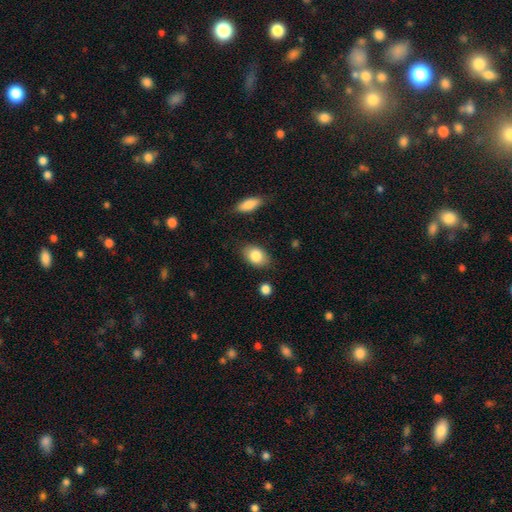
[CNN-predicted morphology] Smooth or featured?
  - smooth: 84% *
  - featured or disk: 9%
  - star or artifact: 7%
How rounded?
  - in between: 85% *
  - round: 14%
  - cigar-shaped: 1%
Merging?
  - none: 82% *
  - minor disturbance: 13%
  - major disturbance: 3%
  - merger: 2%